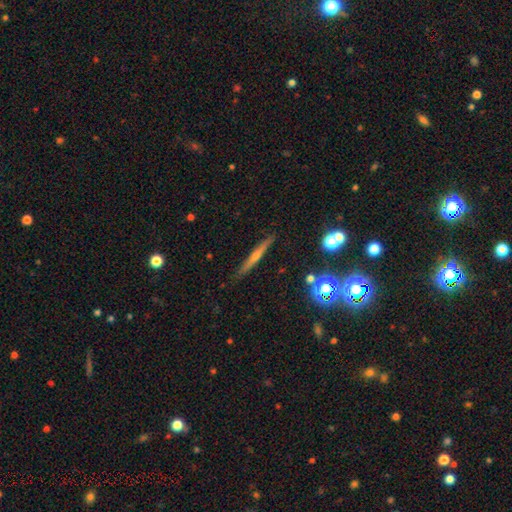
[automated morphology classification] A featured or disk galaxy (64%) viewed edge-on (97%) with a rounded central bulge (77%).

Vote fractions:
- Smooth or featured? featured or disk: 64% / smooth: 25% / star or artifact: 10%
- Edge-on disk? yes: 97% / no: 3%
- Edge-on bulge? rounded: 77% / none: 19% / boxy: 4%
- Merging? none: 89% / minor disturbance: 8% / major disturbance: 2% / merger: 1%